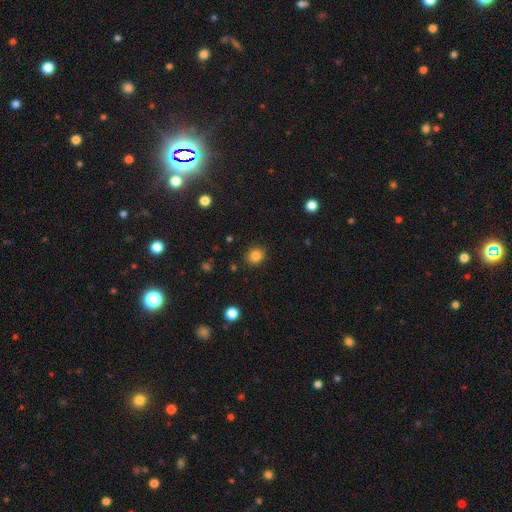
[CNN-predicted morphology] smooth_or_featured: smooth (p=0.84) [alt: star or artifact p=0.11]
how_rounded: round (p=0.77) [alt: in between p=0.22]
merging: none (p=0.88) [alt: minor disturbance p=0.08]